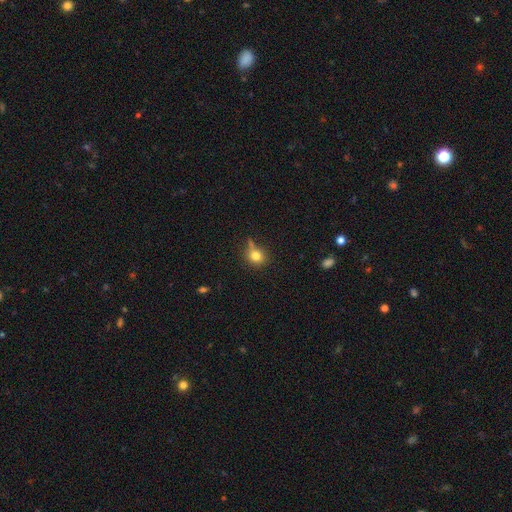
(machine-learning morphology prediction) smooth_or_featured: smooth (p=0.79) [alt: star or artifact p=0.12]
how_rounded: round (p=0.77) [alt: in between p=0.22]
merging: none (p=0.60) [alt: minor disturbance p=0.21]